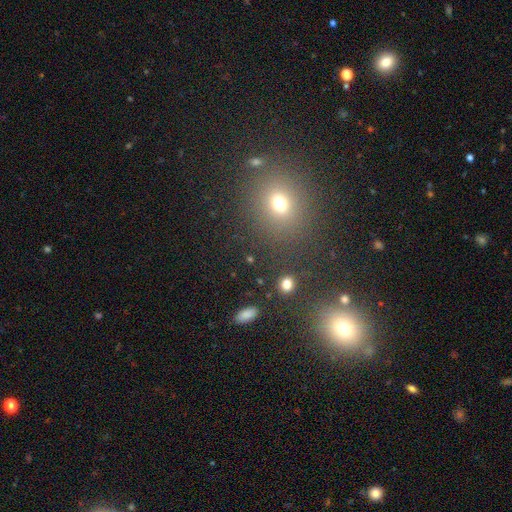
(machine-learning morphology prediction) Smooth or featured?
  - smooth: 54% *
  - star or artifact: 38%
  - featured or disk: 8%
How rounded?
  - round: 78% *
  - in between: 20%
  - cigar-shaped: 2%
Merging?
  - none: 83% *
  - minor disturbance: 7%
  - merger: 7%
  - major disturbance: 3%